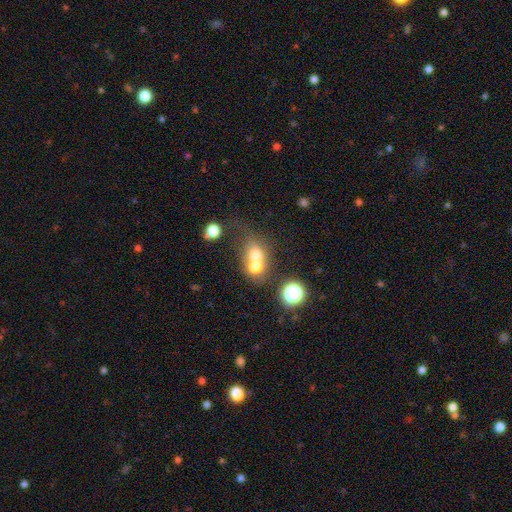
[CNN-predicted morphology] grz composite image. It shows a smooth galaxy with no disk features (65%) that is round (61%). Merging: merger (62%).